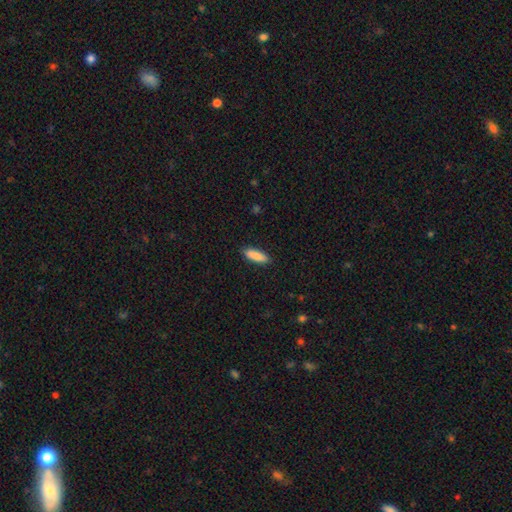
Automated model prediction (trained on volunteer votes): A smooth galaxy with no disk features (88%) that is cigar-shaped (50%).

Vote fractions:
- Smooth or featured? smooth: 88% / featured or disk: 7% / star or artifact: 6%
- How rounded? cigar-shaped: 50% / in between: 49% / round: 2%
- Merging? none: 89% / minor disturbance: 8% / major disturbance: 2% / merger: 1%